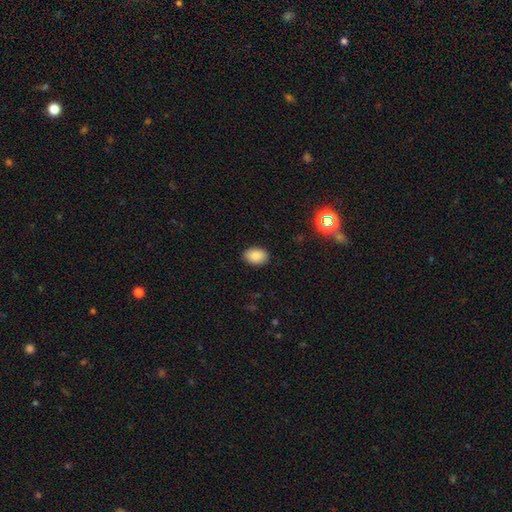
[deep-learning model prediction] smooth-or-featured: smooth: 88% | star or artifact: 8% | featured or disk: 4%
  how-rounded: in between: 84% | round: 15% | cigar-shaped: 1%
  merging: none: 88% | minor disturbance: 8% | major disturbance: 2% | merger: 1%